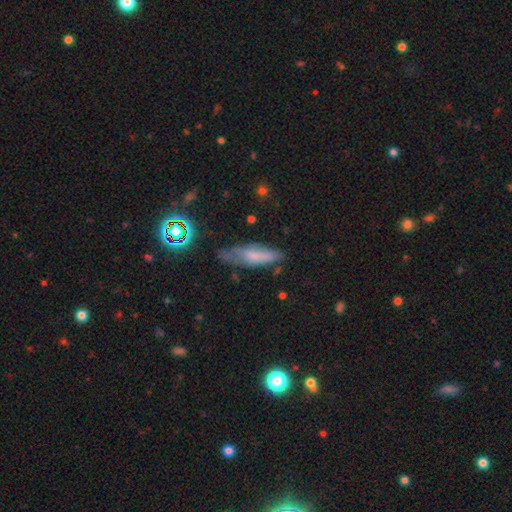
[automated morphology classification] Q: Smooth or featured?
A: smooth (62%); runner-up: featured or disk (26%)
Q: How rounded?
A: cigar-shaped (59%); runner-up: in between (38%)
Q: Merging?
A: none (56%); runner-up: minor disturbance (29%)